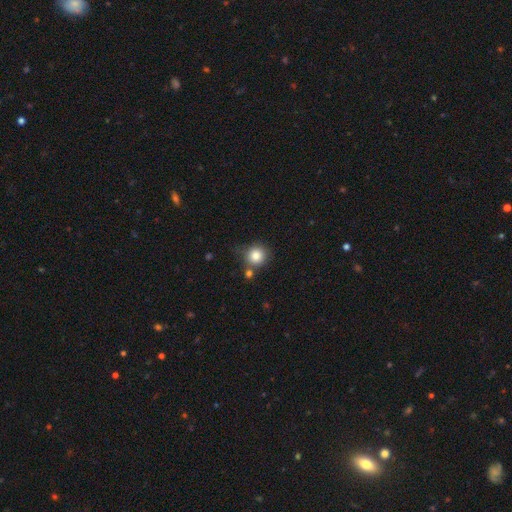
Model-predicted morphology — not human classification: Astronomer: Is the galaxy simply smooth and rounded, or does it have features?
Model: smooth — 84%.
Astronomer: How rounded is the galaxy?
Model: round — 92%.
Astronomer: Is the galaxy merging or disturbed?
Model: none — 67%.